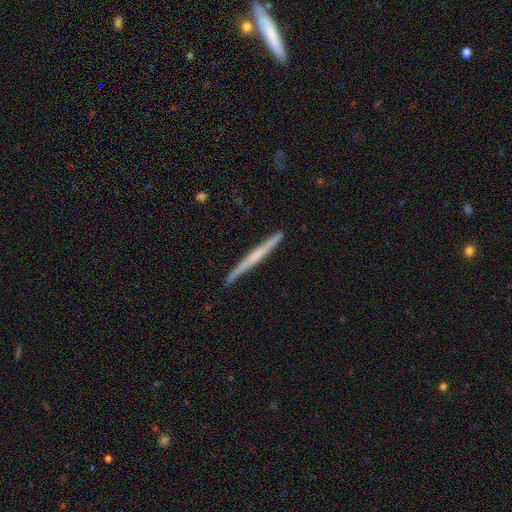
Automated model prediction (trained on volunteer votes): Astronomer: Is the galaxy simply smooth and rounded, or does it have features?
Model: featured or disk — 59% (runner-up: smooth, 36%).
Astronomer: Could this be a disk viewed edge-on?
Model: yes — 98%.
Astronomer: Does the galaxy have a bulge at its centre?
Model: none — 67%.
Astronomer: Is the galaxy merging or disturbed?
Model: none — 91%.